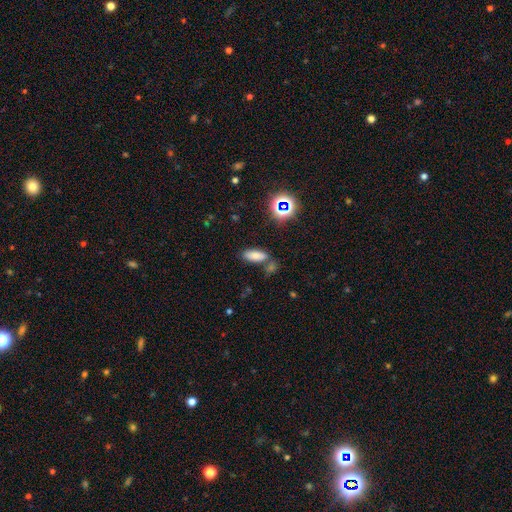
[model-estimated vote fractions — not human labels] smooth 72%, star or artifact 17%, featured or disk 11%. Down the decision tree: how rounded — in between (76%); merging — none (67%).